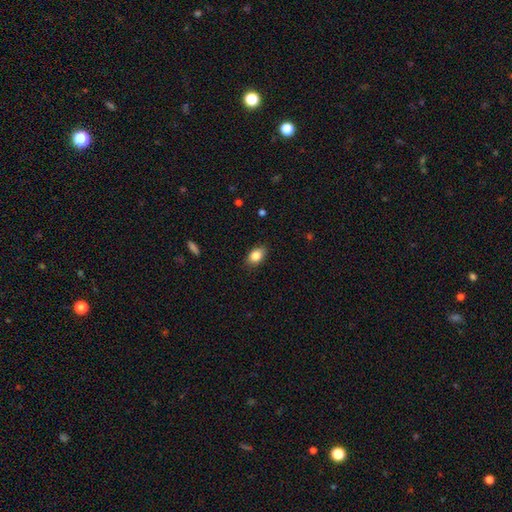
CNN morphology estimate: type=smooth (85%); roundness=in between (85%); merging=none (85%).